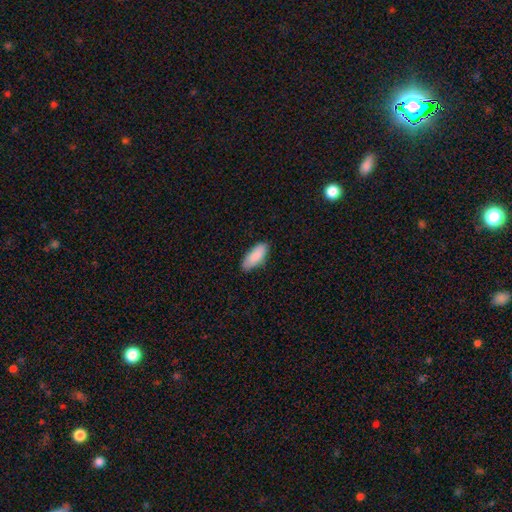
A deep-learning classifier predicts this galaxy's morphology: This appears to be a smooth galaxy with no disk features (89%) that is in between round and cigar-shaped (80%). Merging: none (84%).